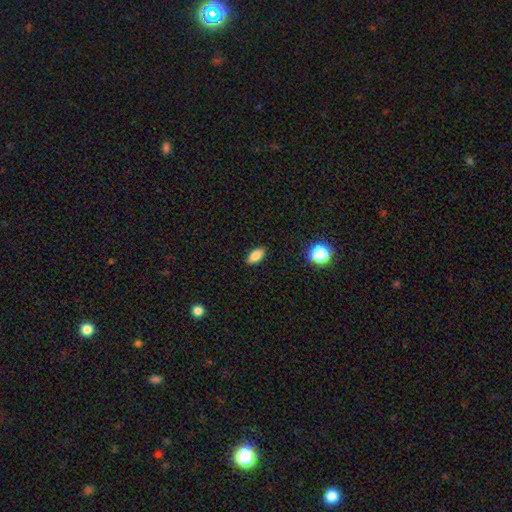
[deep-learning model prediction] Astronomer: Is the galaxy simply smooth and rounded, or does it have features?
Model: smooth — 83%.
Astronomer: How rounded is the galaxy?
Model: in between — 88%.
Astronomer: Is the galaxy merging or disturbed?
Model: none — 88%.